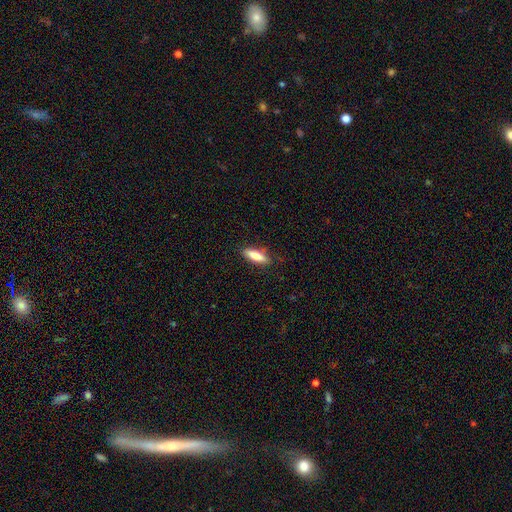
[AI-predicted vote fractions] This appears to be a smooth galaxy with no disk features (76%) that is cigar-shaped (50%). Merging: none (84%).